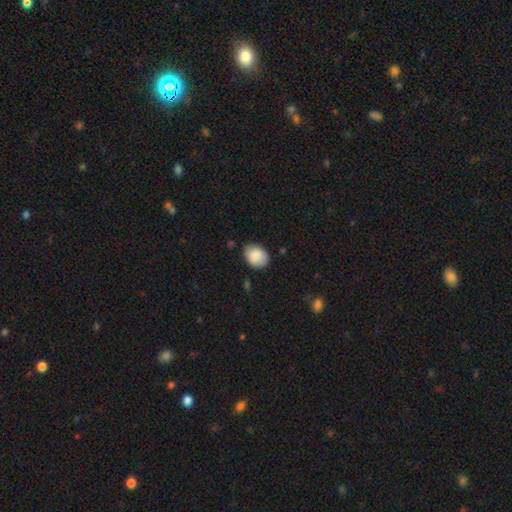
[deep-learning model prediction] Smooth or featured? Predicted: smooth (p=0.88). How rounded? Predicted: in between (p=0.67). Merging? Predicted: none (p=0.79).